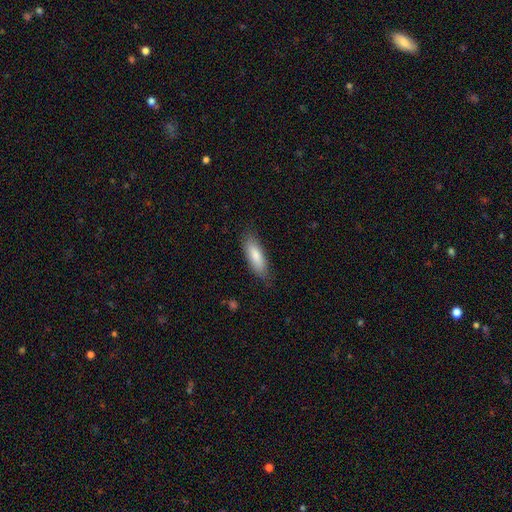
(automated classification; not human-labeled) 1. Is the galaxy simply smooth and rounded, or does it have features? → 83% smooth, 11% featured or disk, 6% star or artifact.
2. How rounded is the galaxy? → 57% in between, 41% cigar-shaped, 2% round.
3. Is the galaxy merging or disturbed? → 80% none, 15% minor disturbance, 3% major disturbance, 1% merger.